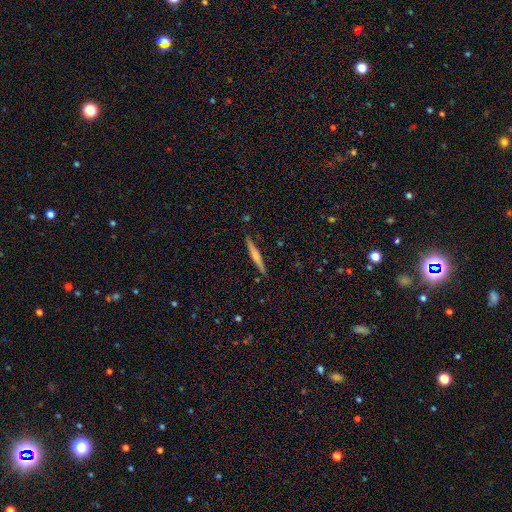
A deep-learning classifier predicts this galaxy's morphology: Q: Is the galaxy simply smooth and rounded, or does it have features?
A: featured or disk — 51%.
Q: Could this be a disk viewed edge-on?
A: yes — 97%.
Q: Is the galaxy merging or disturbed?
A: none — 90%.